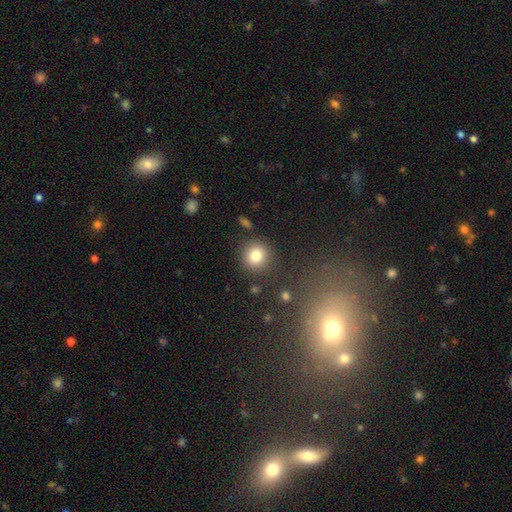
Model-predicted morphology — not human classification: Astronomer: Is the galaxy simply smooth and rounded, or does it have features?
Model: smooth — 82%.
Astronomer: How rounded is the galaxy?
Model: round — 89%.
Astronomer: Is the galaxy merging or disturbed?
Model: none — 85%.